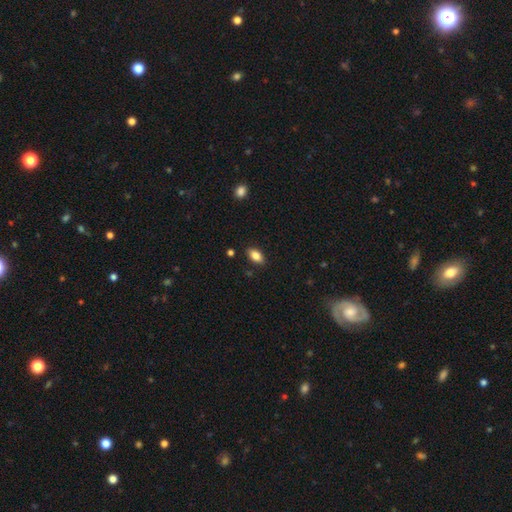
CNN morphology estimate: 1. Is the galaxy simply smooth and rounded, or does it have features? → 84% smooth, 8% star or artifact, 8% featured or disk.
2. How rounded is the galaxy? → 91% in between, 6% round, 4% cigar-shaped.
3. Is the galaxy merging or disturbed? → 86% none, 11% minor disturbance, 2% major disturbance, 2% merger.